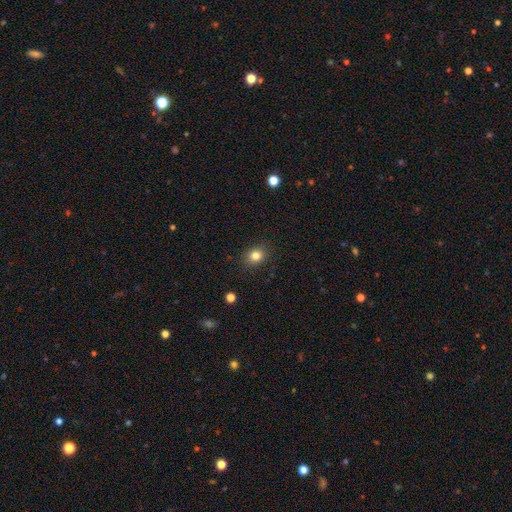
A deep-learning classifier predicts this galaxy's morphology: The model was most divided on "how rounded": round: 59%, in between: 40%, cigar-shaped: 1%. More confident: merging — none (87%); smooth or featured — smooth (81%).